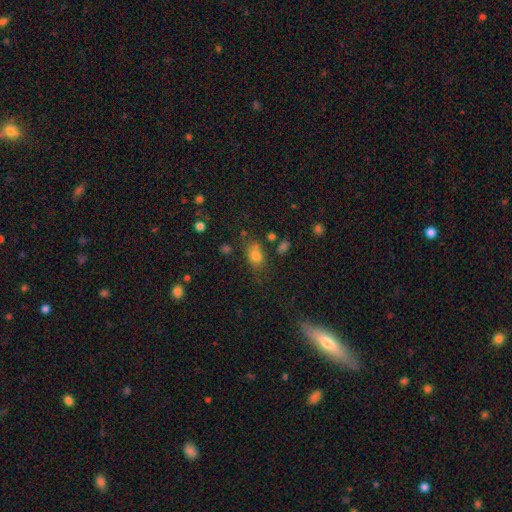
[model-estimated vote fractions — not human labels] A smooth galaxy with no disk features (76%) that is in between round and cigar-shaped (74%).

Vote fractions:
- Smooth or featured? smooth: 76% / star or artifact: 14% / featured or disk: 10%
- How rounded? in between: 74% / round: 23% / cigar-shaped: 3%
- Merging? none: 61% / minor disturbance: 21% / merger: 10% / major disturbance: 8%